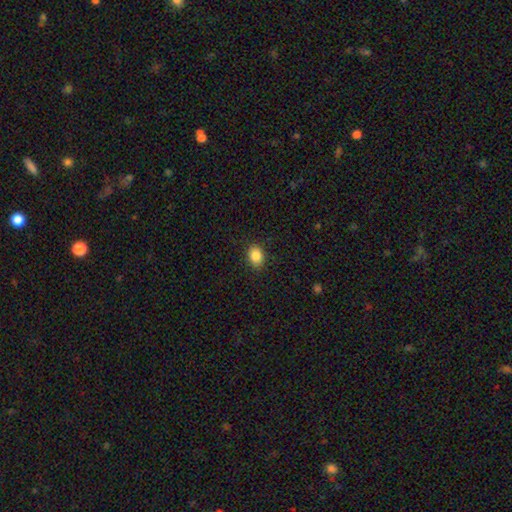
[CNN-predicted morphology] This is clearly a smooth galaxy (86%). How rounded: likely in between (62%). Merging: clearly none (89%).